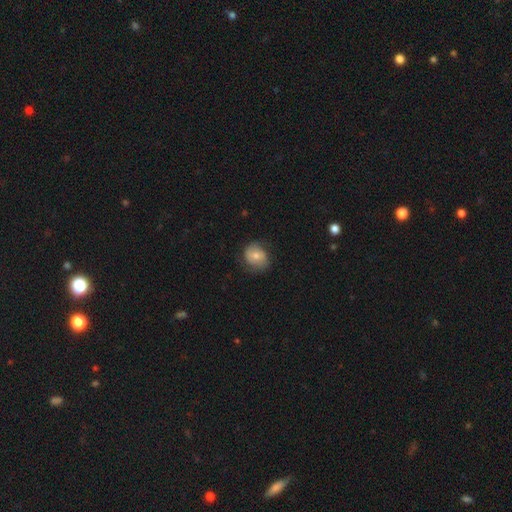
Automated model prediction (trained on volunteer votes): smooth 58%, featured or disk 34%, star or artifact 8%. Down the decision tree: how rounded — round (67%); merging — none (69%).